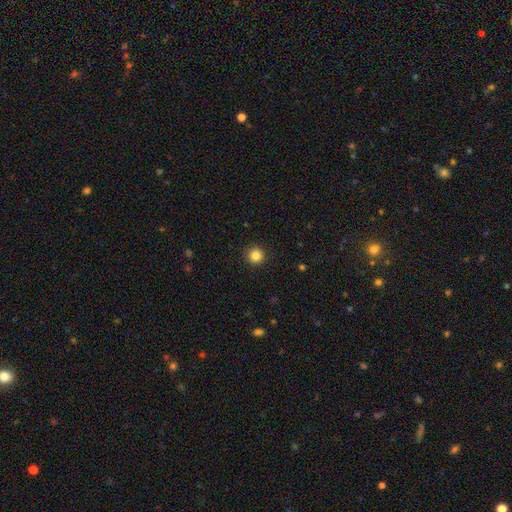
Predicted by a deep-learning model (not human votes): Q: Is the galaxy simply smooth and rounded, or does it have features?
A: smooth — 85%.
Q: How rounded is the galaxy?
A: round — 95%.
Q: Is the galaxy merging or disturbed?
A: none — 92%.